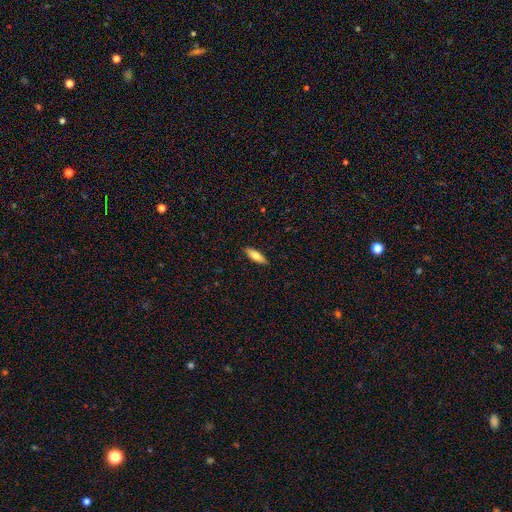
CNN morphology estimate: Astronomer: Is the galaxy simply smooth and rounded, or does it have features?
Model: smooth — 76%.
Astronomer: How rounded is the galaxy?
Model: in between — 58% (runner-up: cigar-shaped, 40%).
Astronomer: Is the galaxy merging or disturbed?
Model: none — 89%.